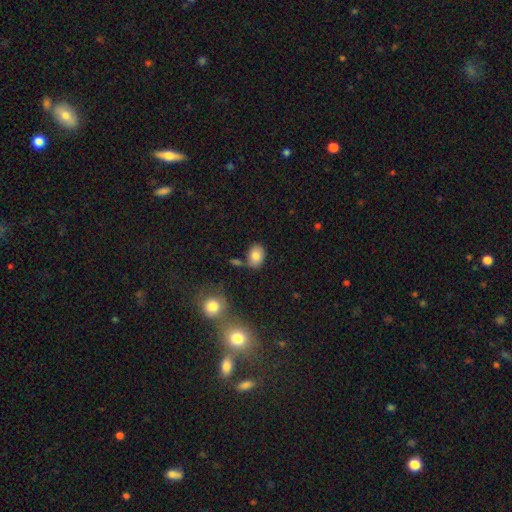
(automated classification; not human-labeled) smooth_or_featured: smooth (p=0.82) [alt: star or artifact p=0.09]
how_rounded: in between (p=0.73) [alt: round p=0.26]
merging: none (p=0.70) [alt: minor disturbance p=0.15]